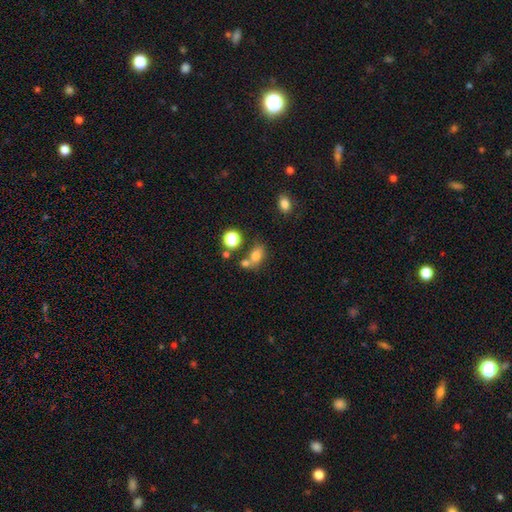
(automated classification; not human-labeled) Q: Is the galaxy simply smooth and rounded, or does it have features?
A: smooth — 74%.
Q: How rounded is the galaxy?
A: in between — 70%.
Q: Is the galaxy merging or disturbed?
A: none — 47%.